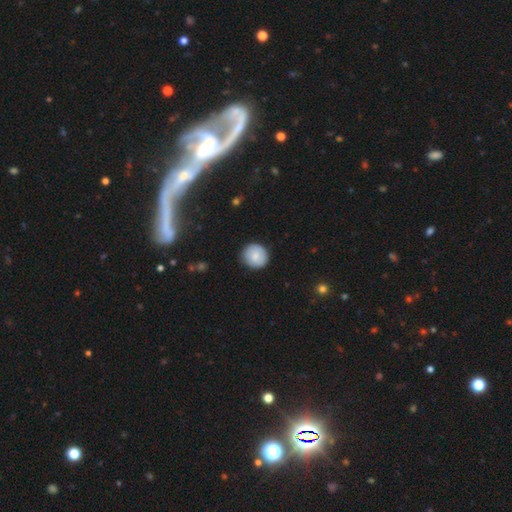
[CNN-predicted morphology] Smooth or featured? smooth (80%)
How rounded? round (89%)
Merging? none (85%)